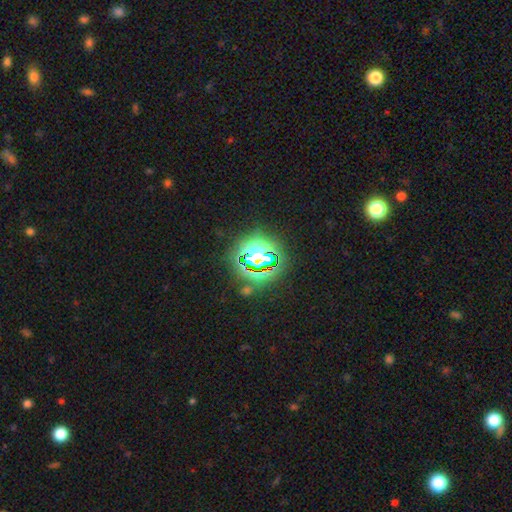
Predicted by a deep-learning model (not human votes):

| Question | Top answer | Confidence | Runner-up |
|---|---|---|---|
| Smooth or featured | star or artifact | 73% | smooth (17%) |